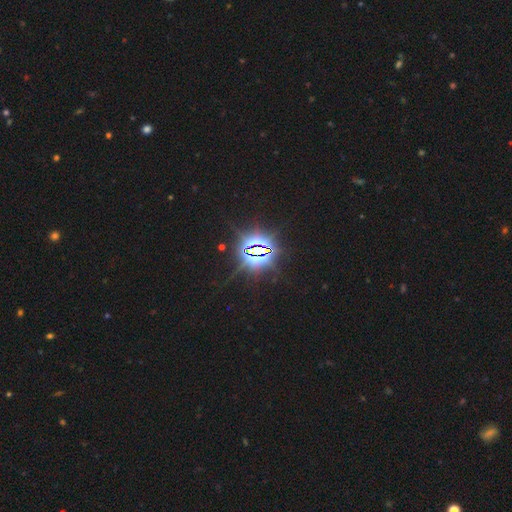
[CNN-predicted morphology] Overall: star or artifact (85%).